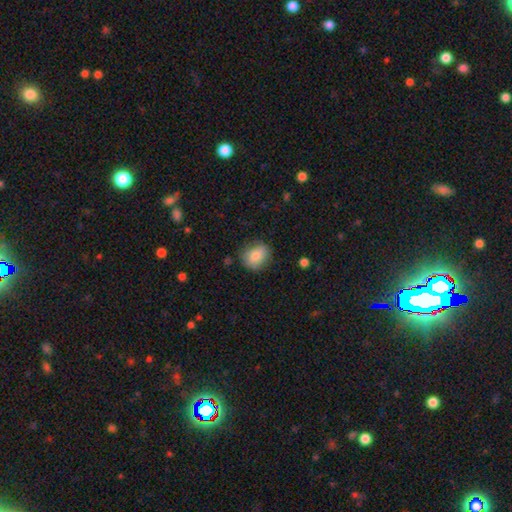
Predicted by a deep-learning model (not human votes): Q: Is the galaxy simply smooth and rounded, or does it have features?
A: smooth — 79%.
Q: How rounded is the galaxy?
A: round — 65%.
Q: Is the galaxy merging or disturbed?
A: none — 78%.